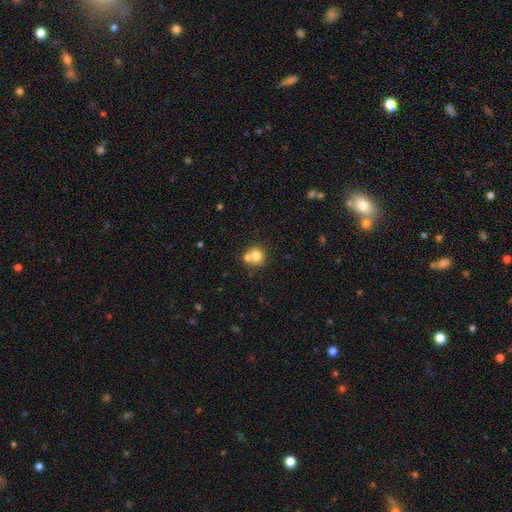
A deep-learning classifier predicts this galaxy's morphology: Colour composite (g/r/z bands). It shows a smooth galaxy with no disk features (75%) that is round (85%). Merging: none (51%).